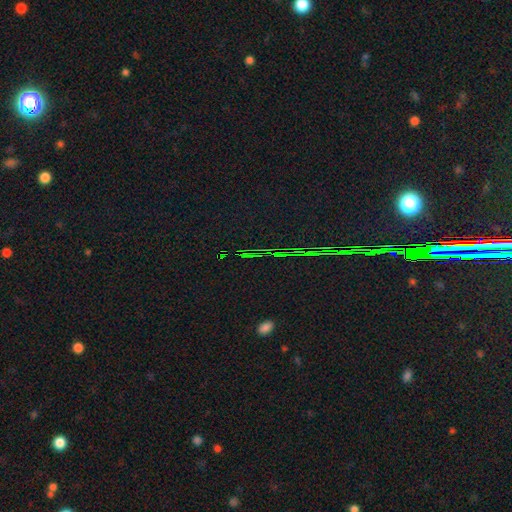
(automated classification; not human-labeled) Q: Smooth or featured?
A: star or artifact (82%); runner-up: smooth (10%)